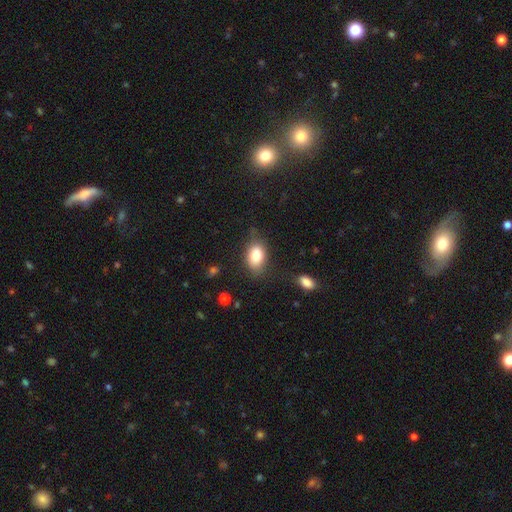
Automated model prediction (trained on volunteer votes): This is clearly a smooth galaxy (82%). How rounded: clearly in between (85%). Merging: likely none (75%).